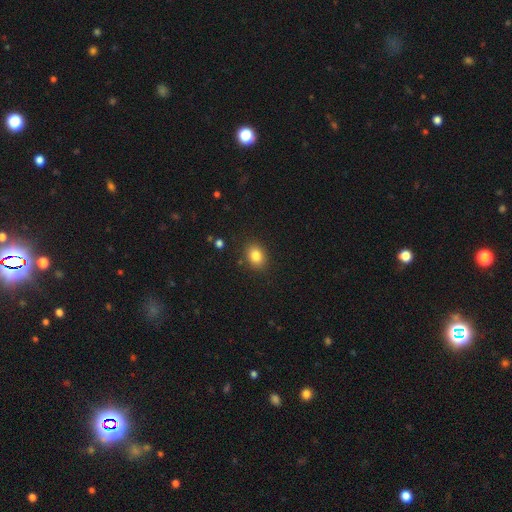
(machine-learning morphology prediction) Smooth or featured: smooth — 83% (star or artifact — 10%)
How rounded: in between — 53% (round — 46%)
Merging: none — 87% (minor disturbance — 9%)